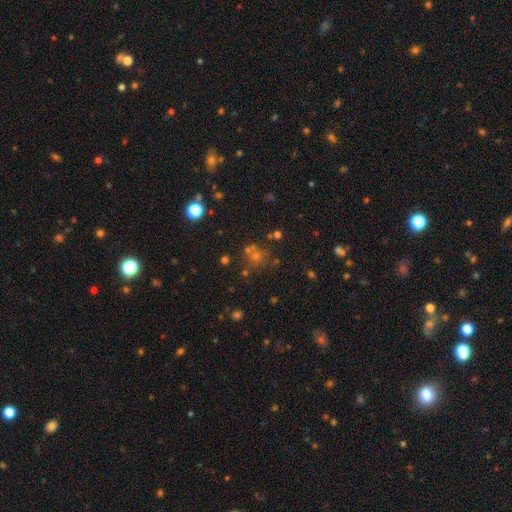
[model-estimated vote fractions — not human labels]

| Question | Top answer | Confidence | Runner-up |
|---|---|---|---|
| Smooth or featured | smooth | 48% | star or artifact (40%) |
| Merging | none | 67% | merger (18%) |